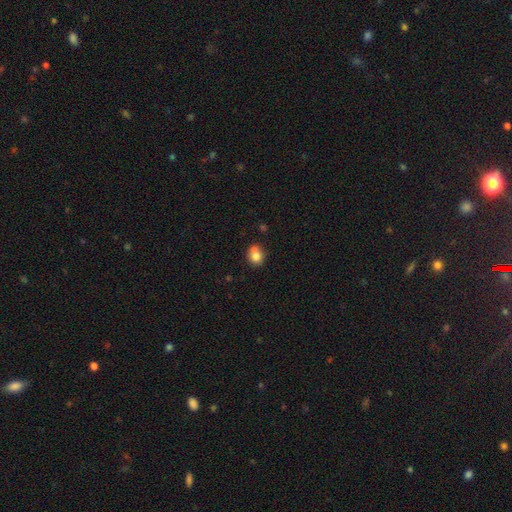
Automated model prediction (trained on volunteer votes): smooth_or_featured: smooth (p=0.79) [alt: featured or disk p=0.11]
how_rounded: round (p=0.64) [alt: in between p=0.35]
merging: none (p=0.55) [alt: minor disturbance p=0.23]